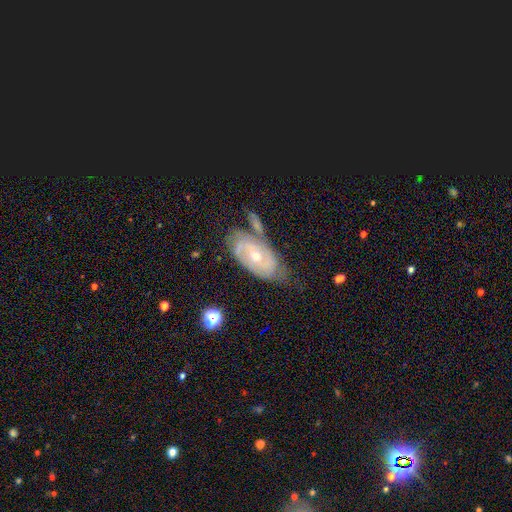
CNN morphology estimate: Smooth or featured? Predicted: featured or disk (p=0.81). Edge-on disk? Predicted: no (p=0.94). Bar? Predicted: no (p=0.67). Spiral arms? Predicted: yes (p=0.92). Spiral winding? Predicted: tight (p=0.68). Spiral arm count? Predicted: 2 (p=0.51). Bulge size? Predicted: moderate (p=0.50). Merging? Predicted: none (p=0.54).